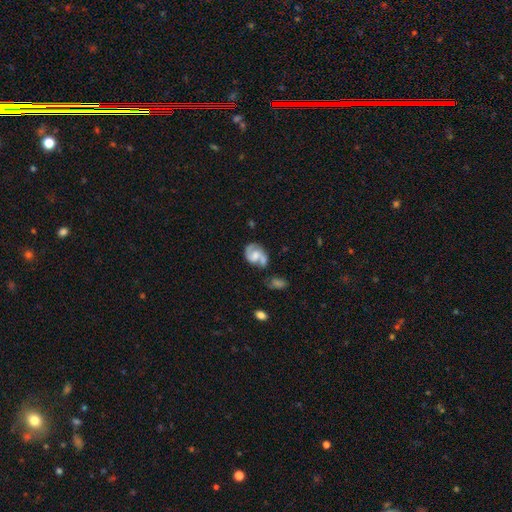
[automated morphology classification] Q: Smooth or featured?
A: featured or disk (72%); runner-up: smooth (21%)
Q: Edge-on disk?
A: no (98%); runner-up: yes (2%)
Q: Bar?
A: no (50%); runner-up: weak (40%)
Q: Spiral arms?
A: yes (90%); runner-up: no (10%)
Q: Spiral winding?
A: medium (49%); runner-up: loose (30%)
Q: Spiral arm count?
A: 2 (84%); runner-up: 1 (7%)
Q: Bulge size?
A: moderate (40%); runner-up: small (25%)
Q: Merging?
A: none (45%); runner-up: merger (23%)